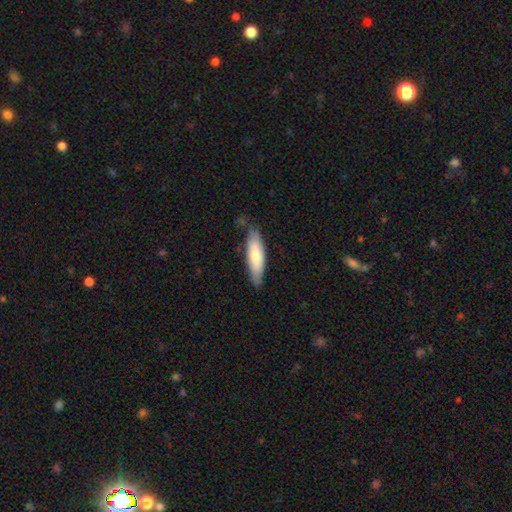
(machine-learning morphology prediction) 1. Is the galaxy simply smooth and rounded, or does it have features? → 66% smooth, 29% featured or disk, 5% star or artifact.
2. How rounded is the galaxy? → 52% cigar-shaped, 47% in between, 2% round.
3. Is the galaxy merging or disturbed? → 73% none, 21% minor disturbance, 4% major disturbance, 2% merger.